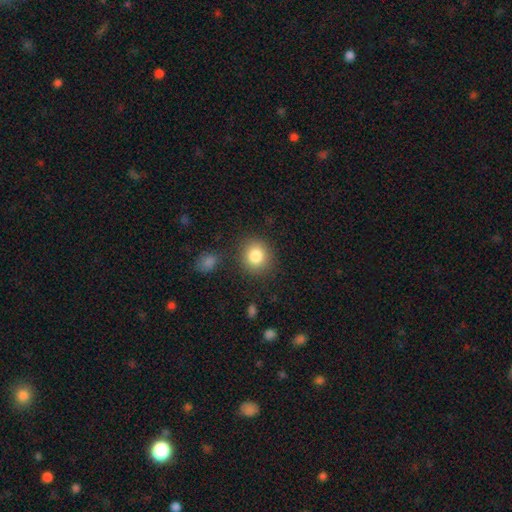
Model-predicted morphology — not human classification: A smooth galaxy with no disk features (84%) that is round (82%).

Vote fractions:
- Smooth or featured? smooth: 84% / star or artifact: 10% / featured or disk: 7%
- How rounded? round: 82% / in between: 17% / cigar-shaped: 1%
- Merging? none: 84% / minor disturbance: 9% / merger: 4% / major disturbance: 3%